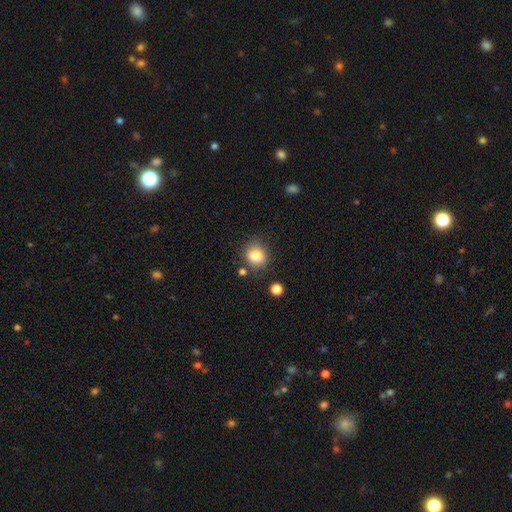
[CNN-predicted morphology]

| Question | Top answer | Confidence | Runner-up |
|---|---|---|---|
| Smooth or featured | smooth | 81% | star or artifact (10%) |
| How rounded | round | 59% | in between (40%) |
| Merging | none | 75% | minor disturbance (15%) |